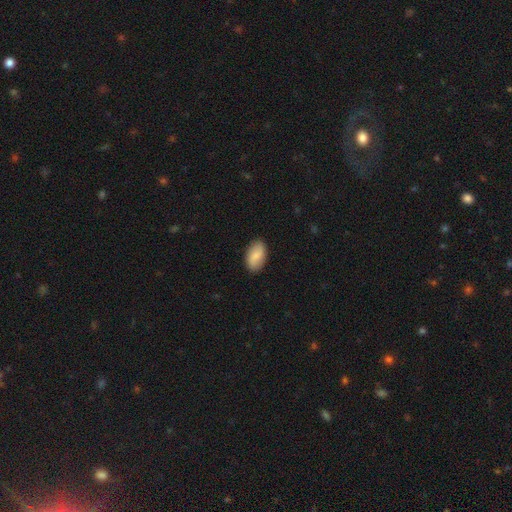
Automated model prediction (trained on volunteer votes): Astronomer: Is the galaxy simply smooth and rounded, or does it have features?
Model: smooth — 80%.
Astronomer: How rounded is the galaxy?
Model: in between — 94%.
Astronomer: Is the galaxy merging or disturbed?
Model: none — 88%.